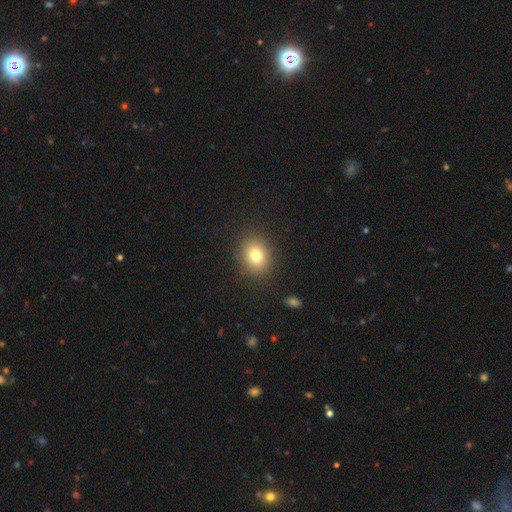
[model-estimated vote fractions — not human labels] smooth_or_featured: smooth (p=0.79) [alt: star or artifact p=0.12]
how_rounded: round (p=0.59) [alt: in between p=0.41]
merging: none (p=0.88) [alt: minor disturbance p=0.07]